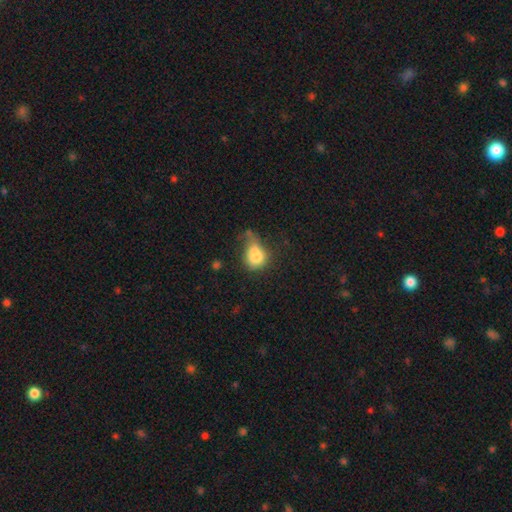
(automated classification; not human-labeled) The model was most divided on "merging": minor disturbance: 35%, none: 30%, major disturbance: 24%, merger: 11%. More confident: smooth or featured — smooth (80%); how rounded — in between (54%).